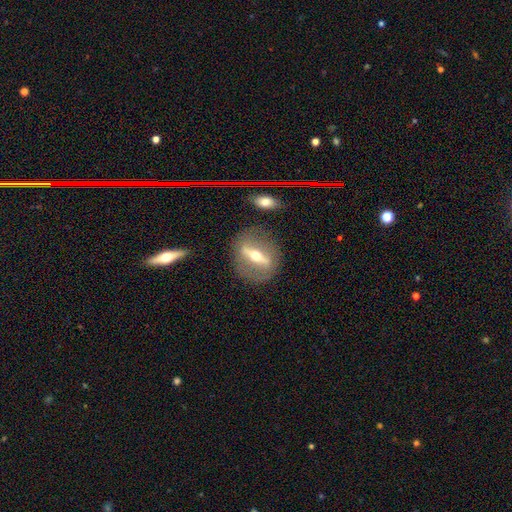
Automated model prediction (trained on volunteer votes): This is likely a featured or disk galaxy (75%). It is possibly not viewed edge-on (57%). Merging: clearly none (82%).